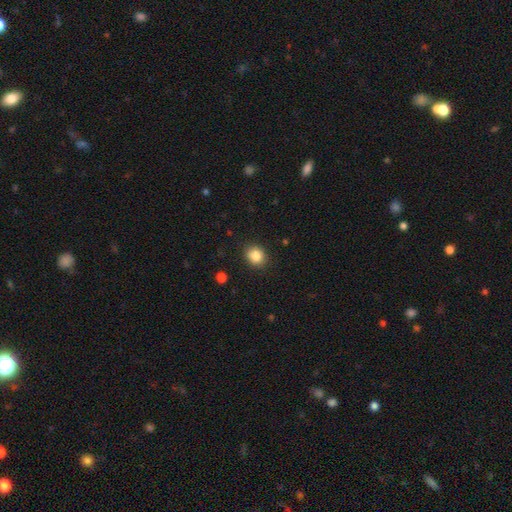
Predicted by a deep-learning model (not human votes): Smooth or featured: smooth — 85% (star or artifact — 10%)
How rounded: round — 70% (in between — 29%)
Merging: none — 88% (minor disturbance — 8%)